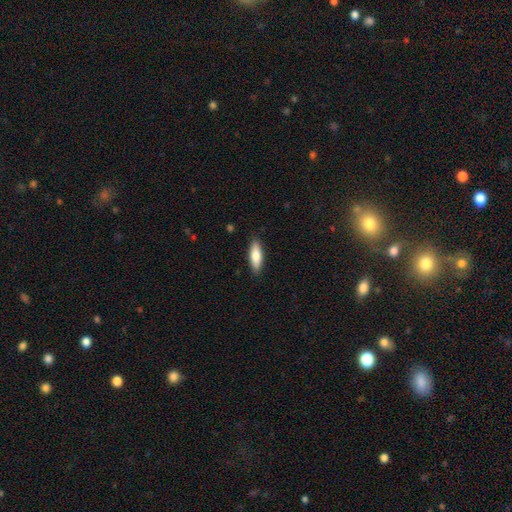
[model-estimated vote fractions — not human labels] A smooth galaxy with no disk features (79%) that is in between round and cigar-shaped (53%). Merging: none (88%).